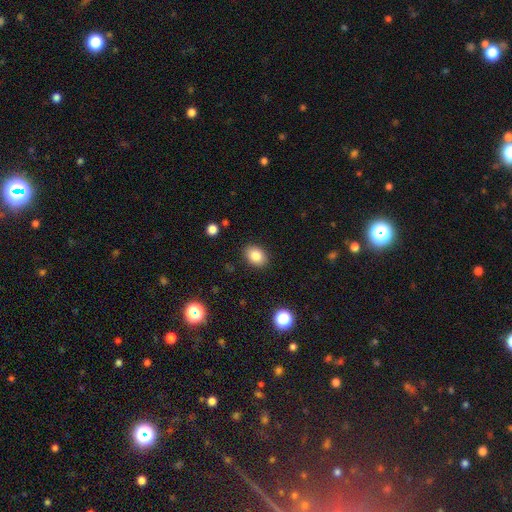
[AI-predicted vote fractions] smooth_or_featured: smooth (p=0.83) [alt: star or artifact p=0.10]
how_rounded: in between (p=0.65) [alt: round p=0.34]
merging: none (p=0.88) [alt: minor disturbance p=0.08]